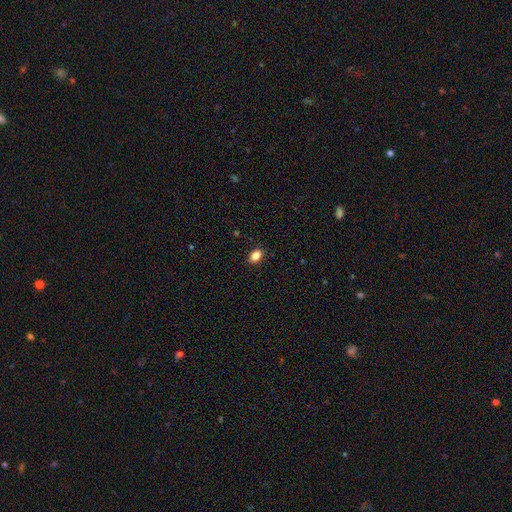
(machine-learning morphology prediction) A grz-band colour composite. It shows a smooth galaxy with no disk features (86%) that is in between round and cigar-shaped (80%). Merging: none (89%).